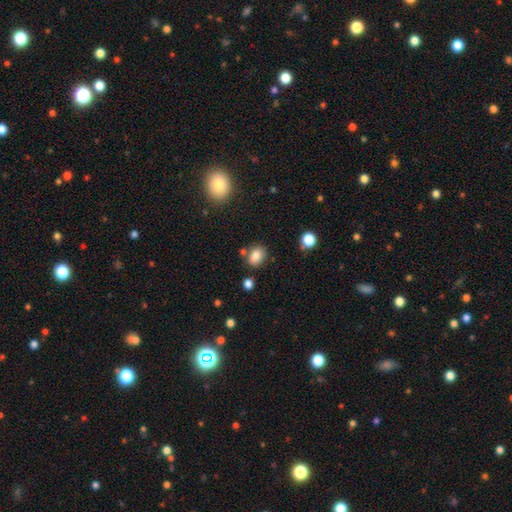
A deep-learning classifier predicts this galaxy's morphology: The model was most divided on "how rounded": in between: 68%, round: 31%, cigar-shaped: 1%. More confident: smooth or featured — smooth (82%); merging — none (74%).